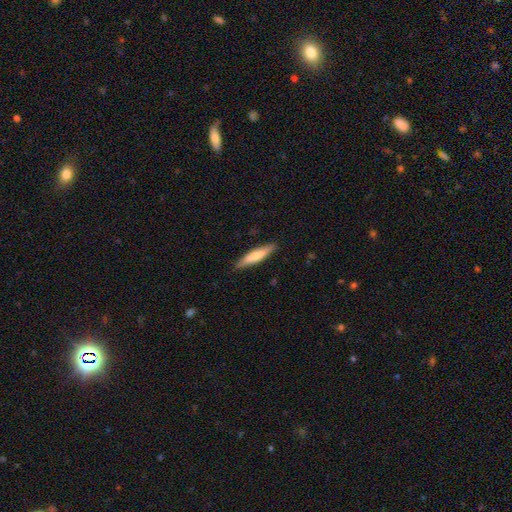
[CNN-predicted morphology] This appears to be a smooth galaxy with no disk features (69%) that is cigar-shaped (85%). Merging: none (86%).